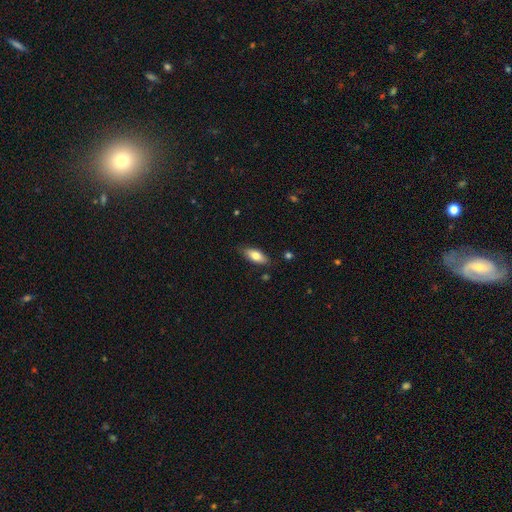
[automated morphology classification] Q: Smooth or featured?
A: smooth (75%); runner-up: featured or disk (18%)
Q: How rounded?
A: in between (82%); runner-up: cigar-shaped (16%)
Q: Merging?
A: none (83%); runner-up: minor disturbance (13%)